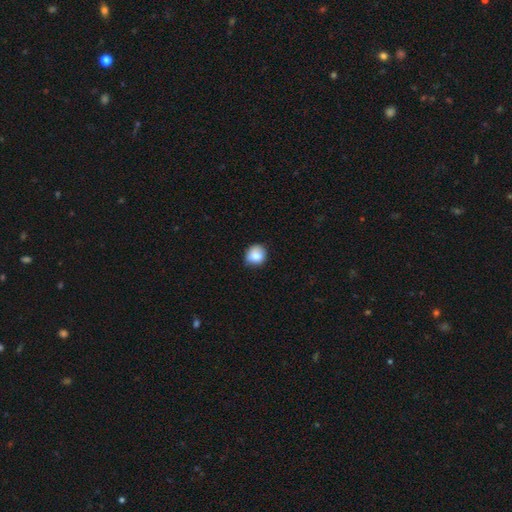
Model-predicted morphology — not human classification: Smooth or featured? Predicted: smooth (p=0.83). How rounded? Predicted: round (p=0.70). Merging? Predicted: none (p=0.71).